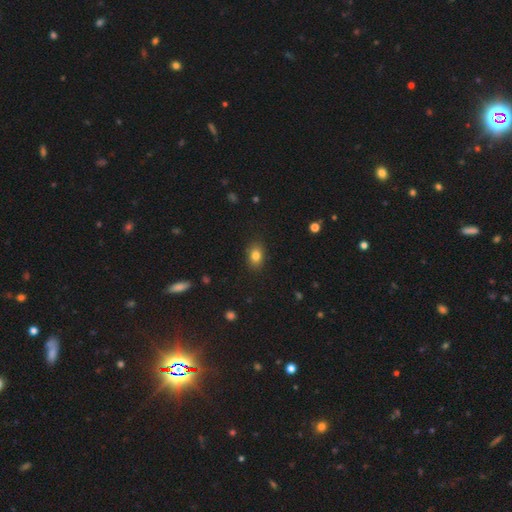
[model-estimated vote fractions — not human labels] Smooth or featured?
  - smooth: 82% *
  - star or artifact: 10%
  - featured or disk: 7%
How rounded?
  - in between: 76% *
  - round: 23%
  - cigar-shaped: 2%
Merging?
  - none: 86% *
  - minor disturbance: 10%
  - major disturbance: 3%
  - merger: 1%